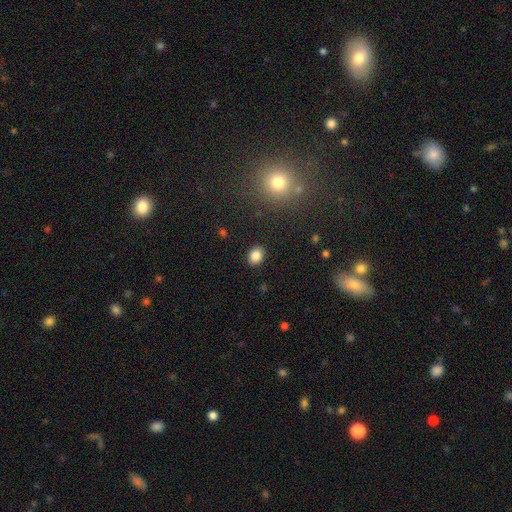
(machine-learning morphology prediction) A smooth galaxy with no disk features (85%) that is in between round and cigar-shaped (52%). Merging: none (89%).